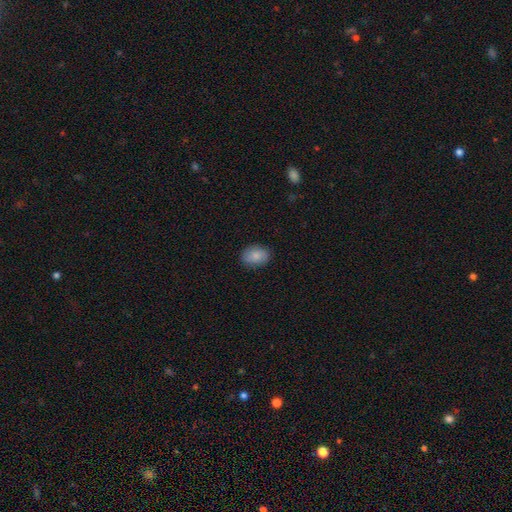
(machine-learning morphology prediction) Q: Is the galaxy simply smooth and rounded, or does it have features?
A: smooth — 86%.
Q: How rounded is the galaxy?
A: in between — 74%.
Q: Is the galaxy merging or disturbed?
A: none — 86%.